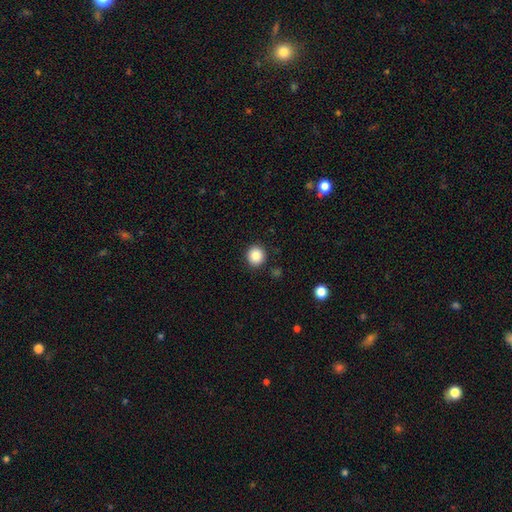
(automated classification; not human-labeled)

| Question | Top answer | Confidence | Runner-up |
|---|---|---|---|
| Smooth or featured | smooth | 86% | star or artifact (10%) |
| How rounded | round | 91% | in between (8%) |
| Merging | none | 90% | minor disturbance (6%) |